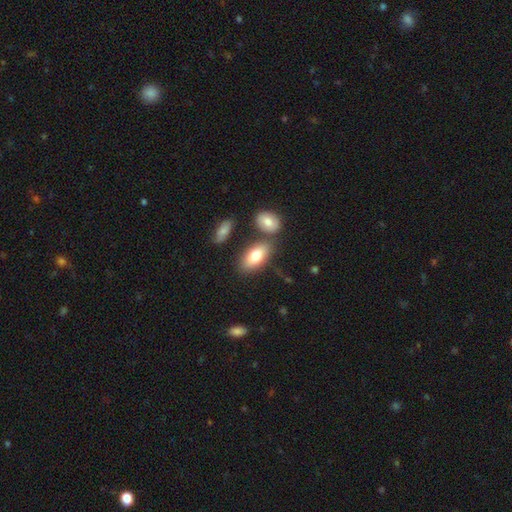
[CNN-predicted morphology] Overall: smooth (76%). How rounded: in between (89%). Merging: none (67%).